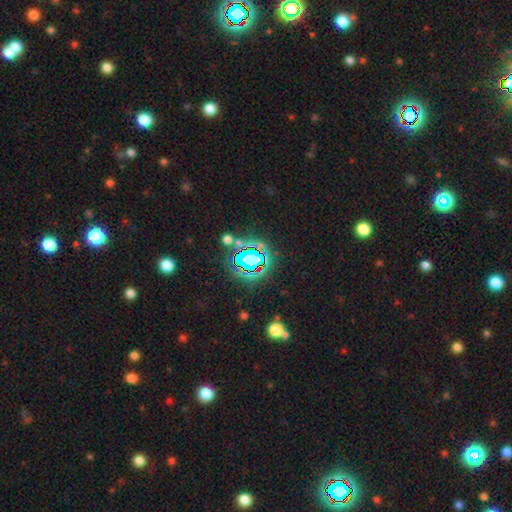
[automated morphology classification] Smooth or featured?
  - star or artifact: 73% *
  - smooth: 16%
  - featured or disk: 11%